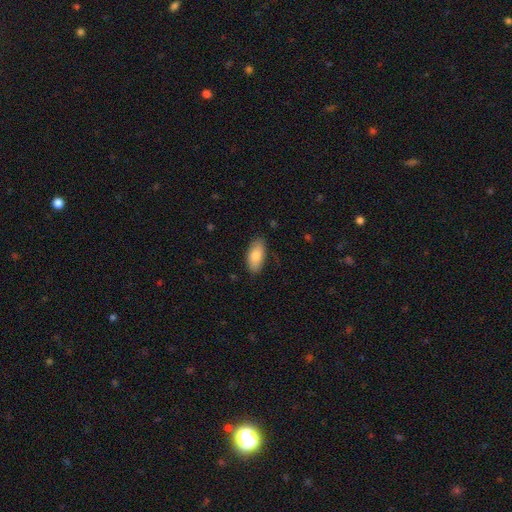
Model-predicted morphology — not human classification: This appears to be a smooth galaxy with no disk features (83%) that is in between round and cigar-shaped (91%). Merging: none (82%).